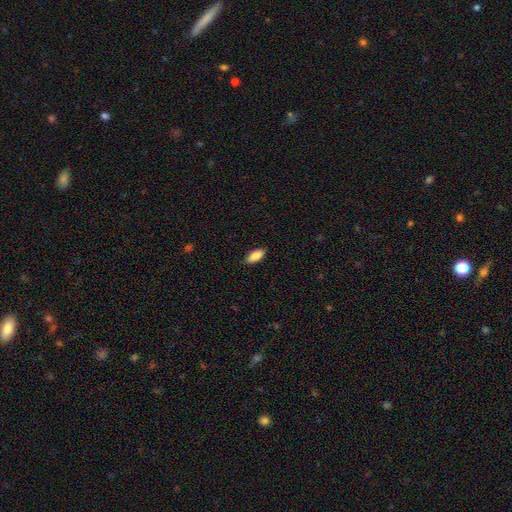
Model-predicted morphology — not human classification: Smooth or featured? smooth (87%)
How rounded? in between (85%)
Merging? none (87%)